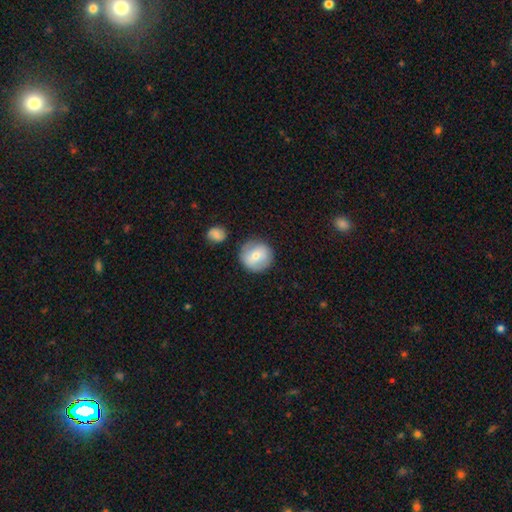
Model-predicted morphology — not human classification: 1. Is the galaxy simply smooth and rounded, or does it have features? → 70% smooth, 23% featured or disk, 8% star or artifact.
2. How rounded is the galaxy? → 93% round, 6% in between, 1% cigar-shaped.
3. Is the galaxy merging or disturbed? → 82% none, 11% minor disturbance, 4% merger, 3% major disturbance.